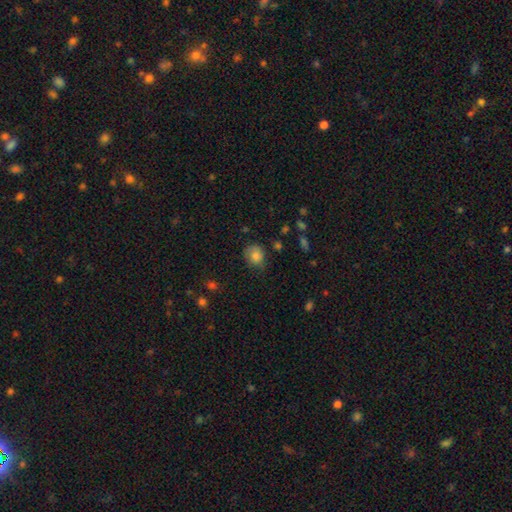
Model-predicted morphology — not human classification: Smooth or featured: smooth — 81% (featured or disk — 10%)
How rounded: round — 70% (in between — 29%)
Merging: none — 64% (minor disturbance — 27%)